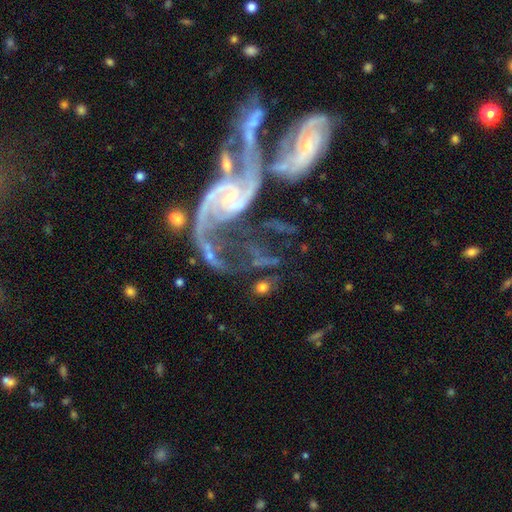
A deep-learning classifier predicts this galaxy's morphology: The model was most divided on "bar": no: 54%, weak: 32%, strong: 14%. More confident: edge-on disk — no (96%); spiral arms — yes (95%); smooth or featured — featured or disk (88%); spiral arm count — 2 (81%); bulge size — small (71%); spiral winding — loose (61%); merging — merger (56%).